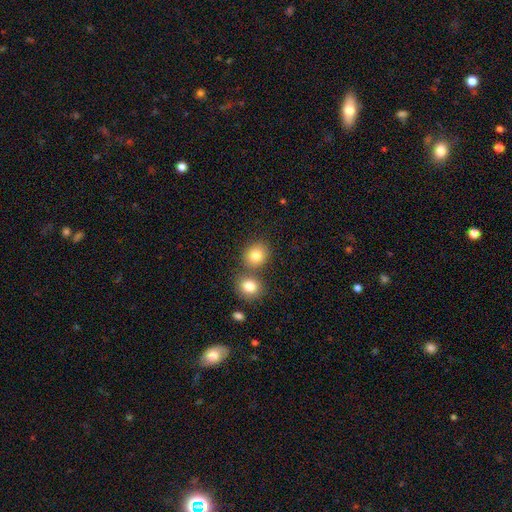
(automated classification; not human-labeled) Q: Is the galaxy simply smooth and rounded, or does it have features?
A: smooth — 82%.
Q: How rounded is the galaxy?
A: round — 78%.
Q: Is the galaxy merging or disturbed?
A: none — 65%.